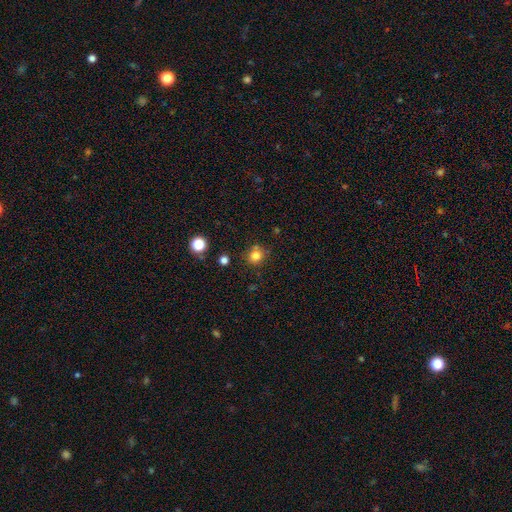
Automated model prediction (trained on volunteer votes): Overall: smooth (80%). How rounded: round (89%). Merging: none (77%).